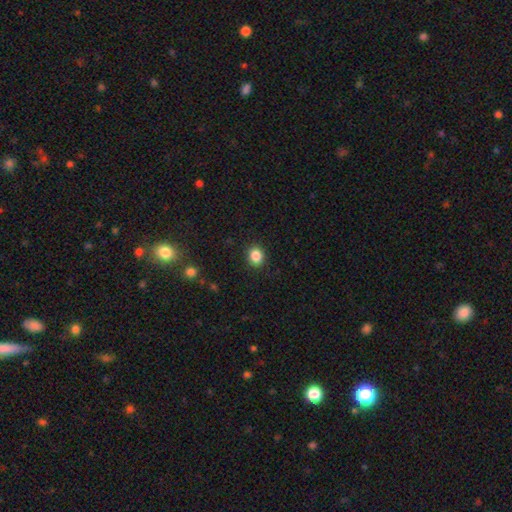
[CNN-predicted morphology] smooth-or-featured: smooth: 86% | star or artifact: 10% | featured or disk: 4%
  how-rounded: round: 65% | in between: 35% | cigar-shaped: 1%
  merging: none: 89% | minor disturbance: 7% | major disturbance: 2% | merger: 1%